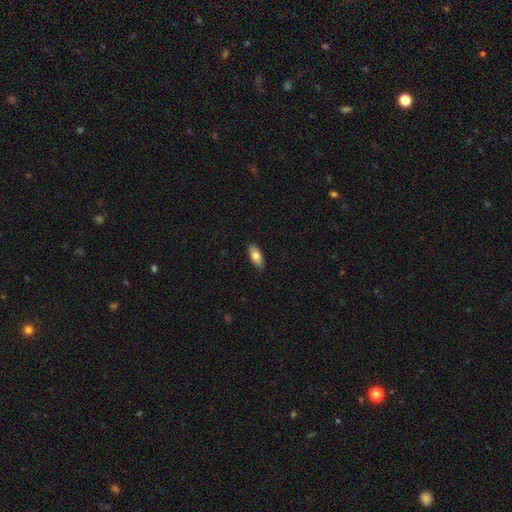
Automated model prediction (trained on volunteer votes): A smooth galaxy with no disk features (79%) that is in between round and cigar-shaped (87%). Merging: none (87%).